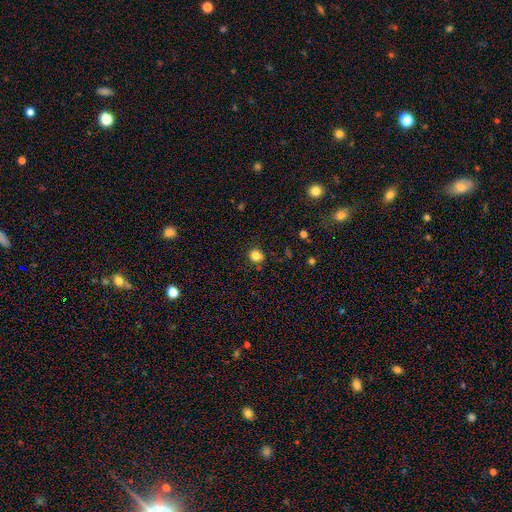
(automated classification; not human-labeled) The model was most divided on "how rounded": round: 81%, in between: 18%, cigar-shaped: 1%. More confident: smooth or featured — smooth (82%); merging — none (79%).